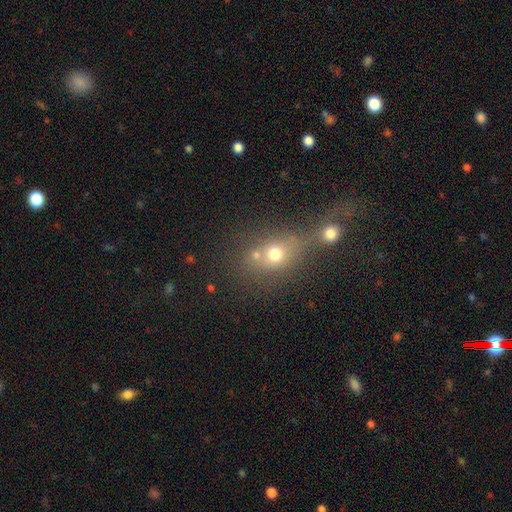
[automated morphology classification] Smooth or featured? smooth (65%)
How rounded? round (63%)
Merging? merger (49%)